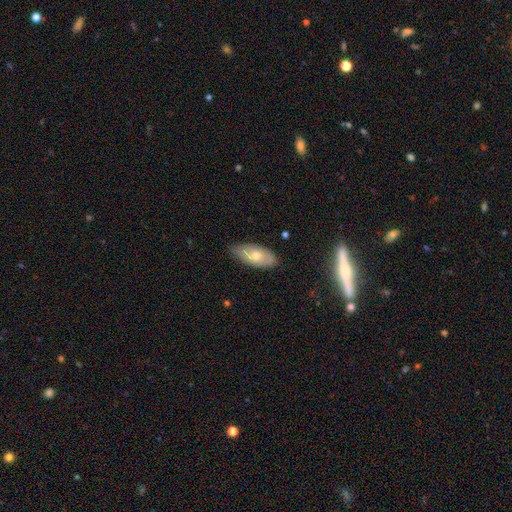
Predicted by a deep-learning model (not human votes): smooth-or-featured: smooth: 56% | featured or disk: 37% | star or artifact: 7%
  how-rounded: in between: 83% | cigar-shaped: 14% | round: 3%
  merging: none: 79% | minor disturbance: 17% | major disturbance: 3% | merger: 1%